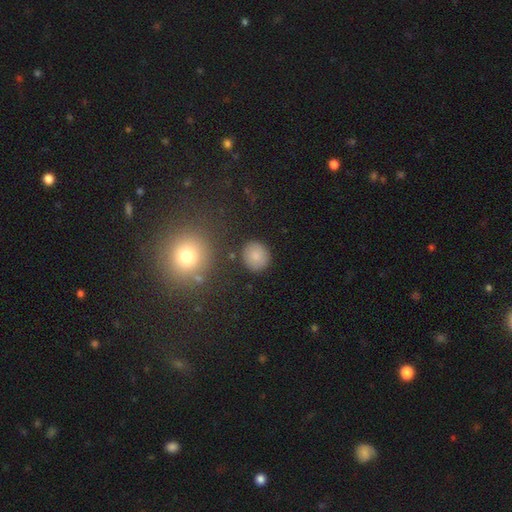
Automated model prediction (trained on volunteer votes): A smooth galaxy with no disk features (84%) that is round (79%).

Vote fractions:
- Smooth or featured? smooth: 84% / star or artifact: 10% / featured or disk: 7%
- How rounded? round: 79% / in between: 20% / cigar-shaped: 1%
- Merging? none: 85% / minor disturbance: 9% / major disturbance: 3% / merger: 3%